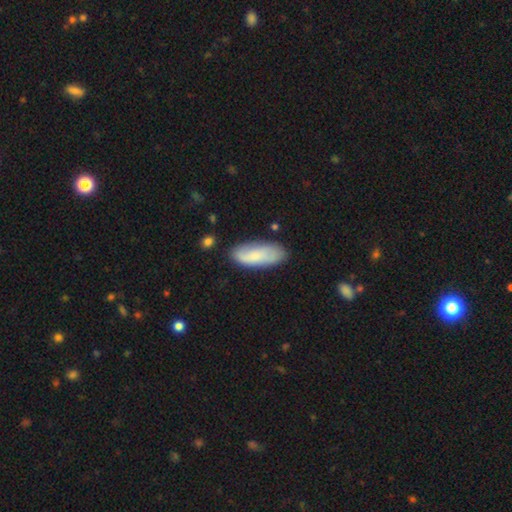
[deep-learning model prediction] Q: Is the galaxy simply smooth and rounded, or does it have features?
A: smooth — 73%.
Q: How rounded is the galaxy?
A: in between — 75%.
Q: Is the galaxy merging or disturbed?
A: none — 76%.